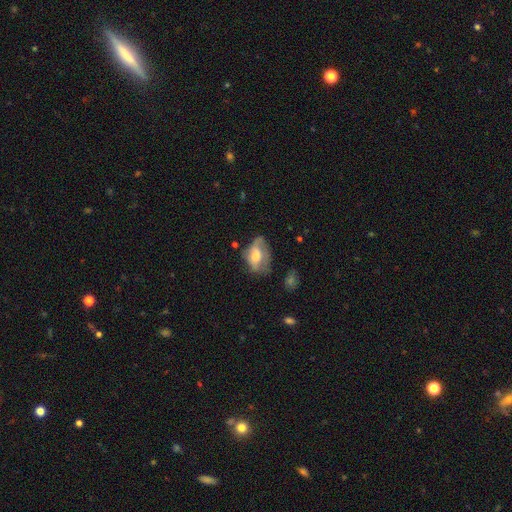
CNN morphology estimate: A smooth galaxy with no disk features (55%) that is in between round and cigar-shaped (83%).

Vote fractions:
- Smooth or featured? smooth: 55% / featured or disk: 36% / star or artifact: 8%
- How rounded? in between: 83% / round: 15% / cigar-shaped: 2%
- Merging? minor disturbance: 34% / none: 33% / major disturbance: 29% / merger: 5%